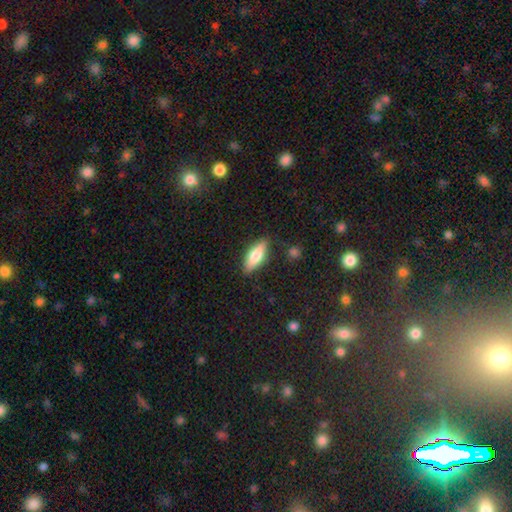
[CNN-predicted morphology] A smooth galaxy with no disk features (68%) that is in between round and cigar-shaped (63%).

Vote fractions:
- Smooth or featured? smooth: 68% / featured or disk: 26% / star or artifact: 6%
- How rounded? in between: 63% / cigar-shaped: 35% / round: 2%
- Merging? none: 83% / minor disturbance: 12% / major disturbance: 3% / merger: 2%